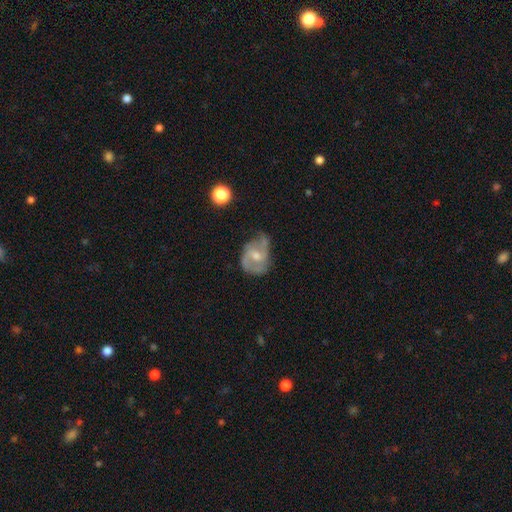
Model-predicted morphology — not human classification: smooth_or_featured: featured or disk (p=0.73) [alt: smooth p=0.21]
disk_edge_on: no (p=0.97) [alt: yes p=0.03]
bar: no (p=0.50) [alt: weak p=0.42]
has_spiral_arms: yes (p=0.88) [alt: no p=0.12]
spiral_winding: medium (p=0.48) [alt: loose p=0.30]
spiral_arm_count: 2 (p=0.69) [alt: can't tell p=0.13]
bulge_size: moderate (p=0.54) [alt: small p=0.40]
merging: none (p=0.41) [alt: minor disturbance p=0.35]